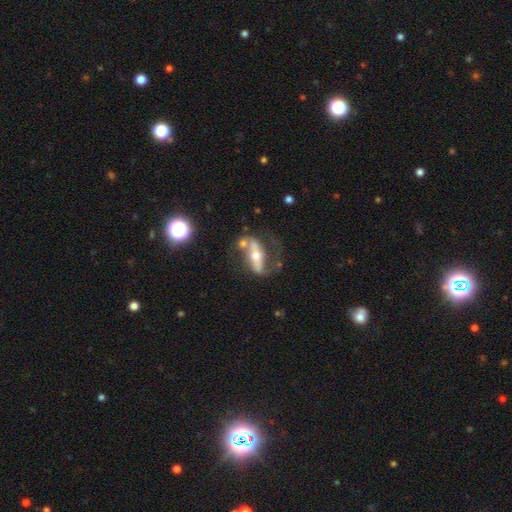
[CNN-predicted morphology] featured or disk 75%, smooth 17%, star or artifact 8%. Down the decision tree: edge-on disk — no (78%); bar — strong (53%); spiral arms — yes (73%); bulge size — moderate (60%); merging — none (47%).